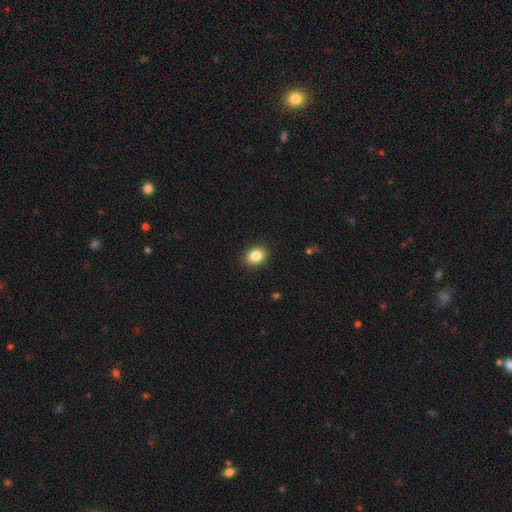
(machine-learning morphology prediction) The model was most divided on "how rounded": in between: 64%, round: 35%, cigar-shaped: 1%. More confident: merging — none (90%); smooth or featured — smooth (85%).